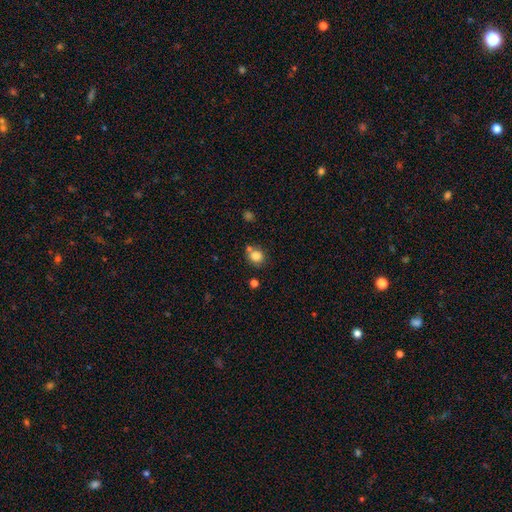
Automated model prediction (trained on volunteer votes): Overall: smooth (82%). How rounded: round (79%). Merging: none (61%).